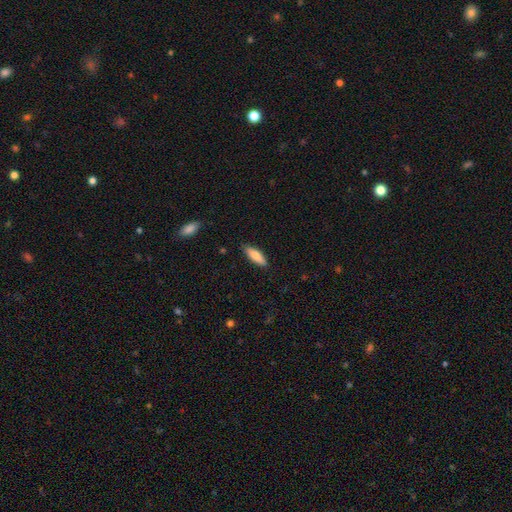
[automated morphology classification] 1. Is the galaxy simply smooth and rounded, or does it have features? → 79% smooth, 15% featured or disk, 6% star or artifact.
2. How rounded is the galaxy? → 52% in between, 46% cigar-shaped, 2% round.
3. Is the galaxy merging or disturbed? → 87% none, 10% minor disturbance, 2% major disturbance, 1% merger.